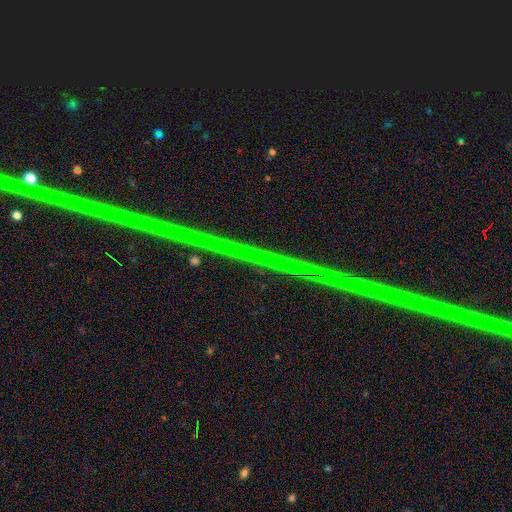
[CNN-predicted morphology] Smooth or featured?
  - star or artifact: 90% *
  - featured or disk: 7%
  - smooth: 4%